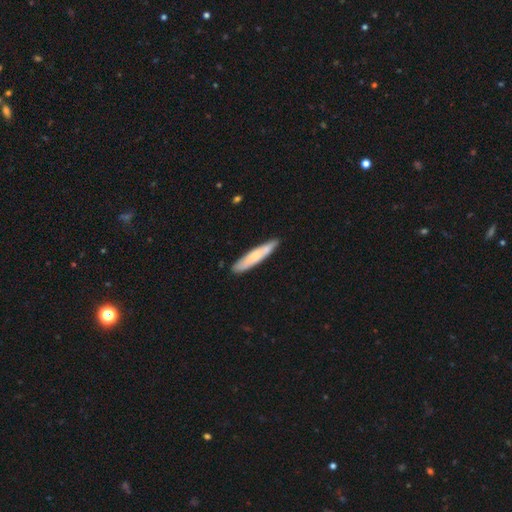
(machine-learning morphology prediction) smooth 65%, featured or disk 29%, star or artifact 5%. Down the decision tree: how rounded — cigar-shaped (90%); merging — none (83%).